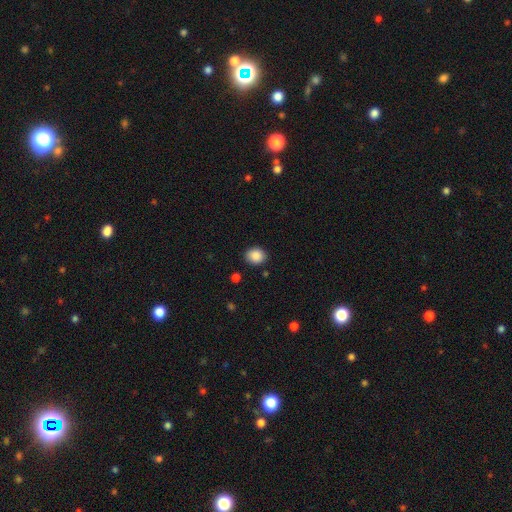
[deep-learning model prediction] Smooth or featured?
  - smooth: 88% *
  - star or artifact: 9%
  - featured or disk: 3%
How rounded?
  - round: 64% *
  - in between: 35%
  - cigar-shaped: 1%
Merging?
  - none: 87% *
  - minor disturbance: 9%
  - major disturbance: 3%
  - merger: 2%